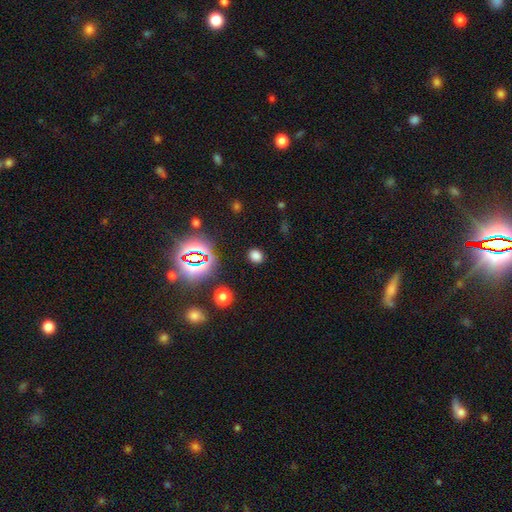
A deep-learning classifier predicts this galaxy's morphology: The model was most divided on "how rounded": round: 63%, in between: 36%, cigar-shaped: 1%. More confident: merging — none (87%); smooth or featured — smooth (69%).